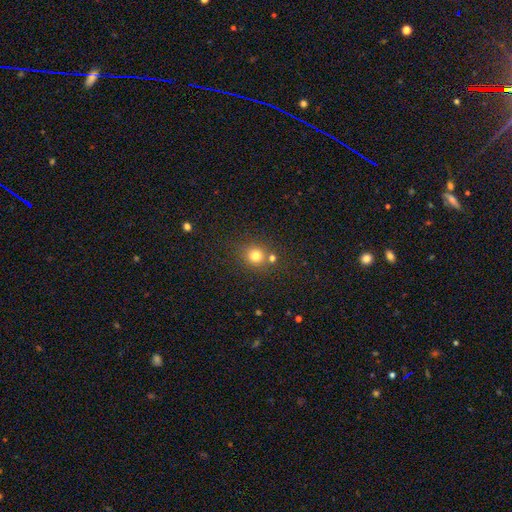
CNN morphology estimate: A smooth galaxy with no disk features (77%) that is round (87%).

Vote fractions:
- Smooth or featured? smooth: 77% / star or artifact: 15% / featured or disk: 8%
- How rounded? round: 87% / in between: 13% / cigar-shaped: 1%
- Merging? none: 70% / merger: 18% / minor disturbance: 9% / major disturbance: 3%